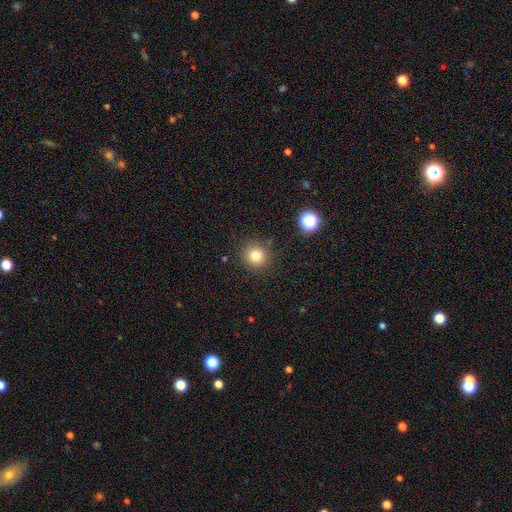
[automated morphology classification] Q: Smooth or featured?
A: smooth (79%); runner-up: star or artifact (14%)
Q: How rounded?
A: round (92%); runner-up: in between (7%)
Q: Merging?
A: none (88%); runner-up: minor disturbance (7%)